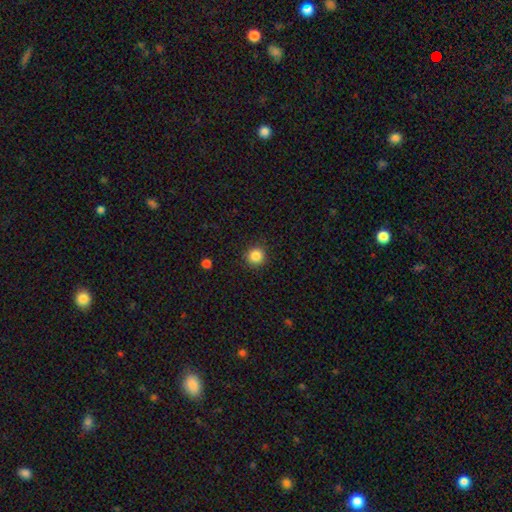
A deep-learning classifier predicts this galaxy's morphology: smooth 86%, star or artifact 11%, featured or disk 4%. Down the decision tree: how rounded — round (92%); merging — none (90%).